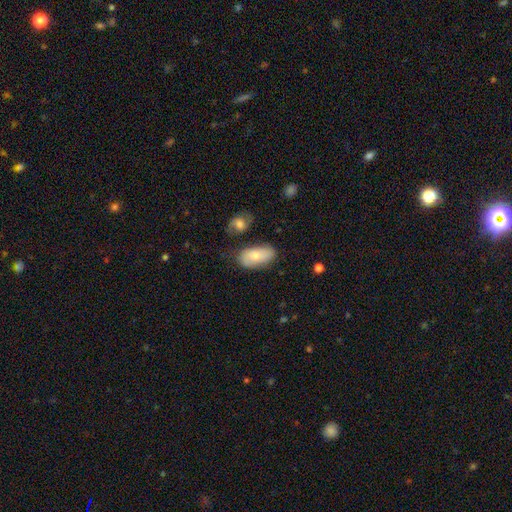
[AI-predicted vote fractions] Overall: smooth (72%). How rounded: in between (92%). Merging: none (67%).